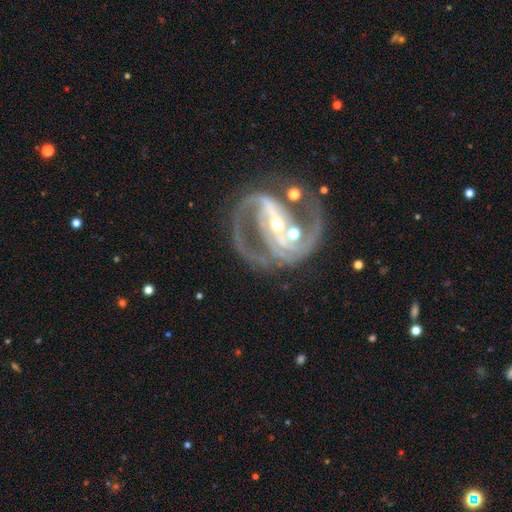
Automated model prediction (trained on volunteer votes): Smooth or featured?
  - featured or disk: 91% *
  - star or artifact: 6%
  - smooth: 3%
Edge-on disk?
  - no: 97% *
  - yes: 3%
Bar?
  - strong: 64% *
  - weak: 23%
  - no: 12%
Spiral arms?
  - yes: 97% *
  - no: 3%
Spiral winding?
  - medium: 58% *
  - tight: 25%
  - loose: 17%
Spiral arm count?
  - 2: 85% *
  - 3: 6%
  - can't tell: 3%
  - 1: 2%
  - 4: 2%
  - more than 4: 2%
Bulge size?
  - small: 60% *
  - moderate: 36%
  - large: 2%
  - none: 1%
  - dominant: 1%
Merging?
  - none: 52% *
  - merger: 17%
  - minor disturbance: 15%
  - major disturbance: 15%